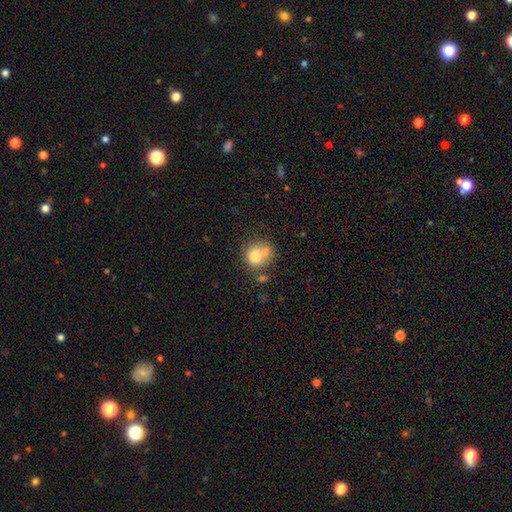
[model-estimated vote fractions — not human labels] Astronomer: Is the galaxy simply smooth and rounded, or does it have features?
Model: smooth — 73%.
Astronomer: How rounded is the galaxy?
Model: round — 74%.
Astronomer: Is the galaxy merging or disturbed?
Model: merger — 44% (runner-up: none, 39%).